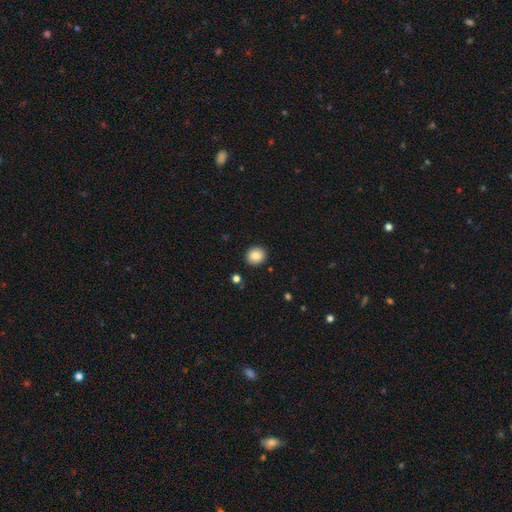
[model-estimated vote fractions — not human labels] Smooth or featured? Predicted: smooth (p=0.85). How rounded? Predicted: round (p=0.81). Merging? Predicted: none (p=0.91).